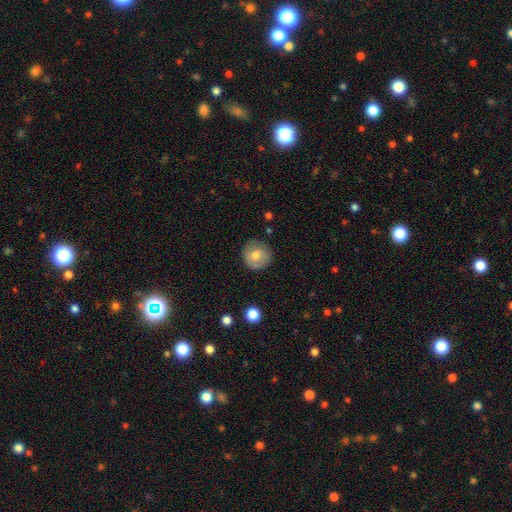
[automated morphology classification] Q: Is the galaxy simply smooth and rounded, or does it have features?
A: smooth — 73%.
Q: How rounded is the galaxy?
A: round — 92%.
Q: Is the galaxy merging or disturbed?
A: none — 83%.